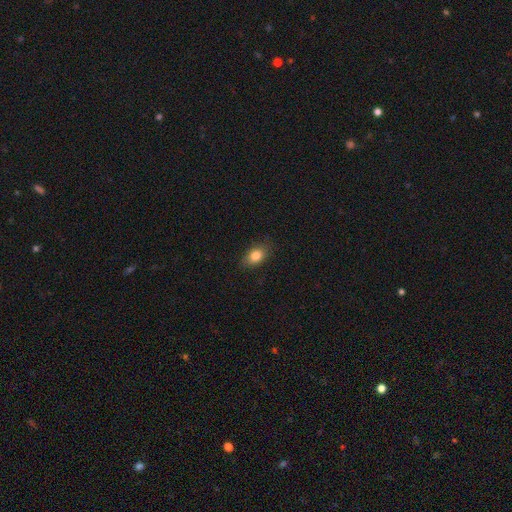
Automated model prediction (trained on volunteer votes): Overall: smooth (82%). How rounded: in between (80%). Merging: none (84%).